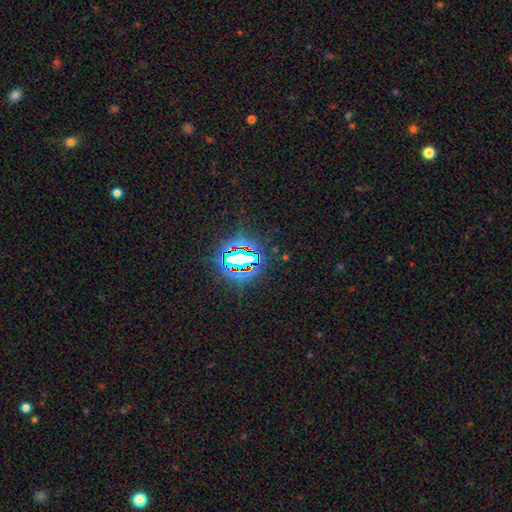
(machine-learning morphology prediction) A star or artifact, not a galaxy (85%).

Vote fractions:
- Smooth or featured? star or artifact: 85% / smooth: 9% / featured or disk: 6%